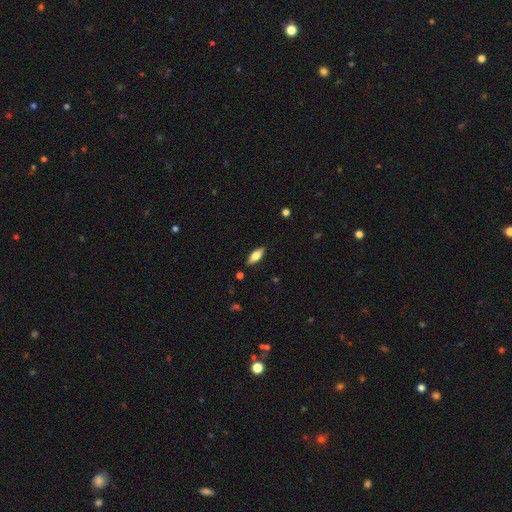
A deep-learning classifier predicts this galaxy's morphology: Q: Smooth or featured?
A: smooth (70%); runner-up: featured or disk (23%)
Q: How rounded?
A: in between (75%); runner-up: cigar-shaped (22%)
Q: Merging?
A: none (87%); runner-up: minor disturbance (9%)